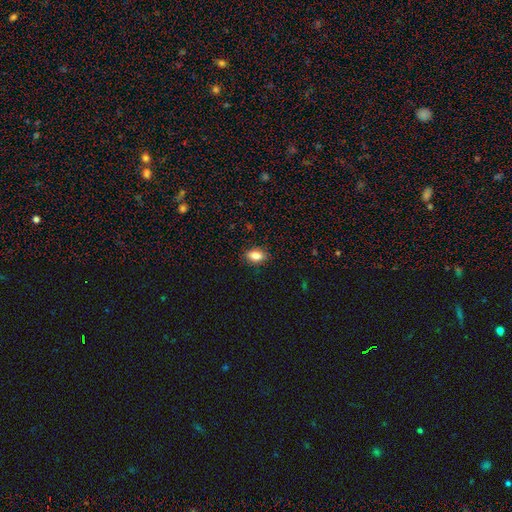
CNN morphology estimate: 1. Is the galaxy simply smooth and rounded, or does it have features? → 84% smooth, 9% star or artifact, 7% featured or disk.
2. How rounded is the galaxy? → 84% in between, 14% round, 3% cigar-shaped.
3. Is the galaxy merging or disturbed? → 87% none, 10% minor disturbance, 2% major disturbance, 1% merger.